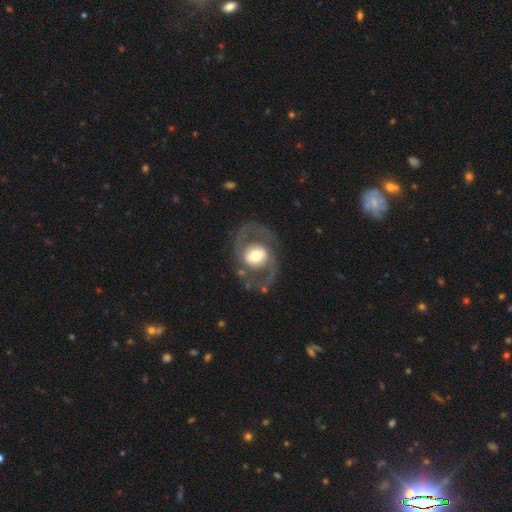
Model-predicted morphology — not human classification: A featured or disk galaxy (76%) with no bar (55%), 2 (89%) medium (52%) spiral arms (74%) and a moderate central bulge (52%). Merging: none (74%).